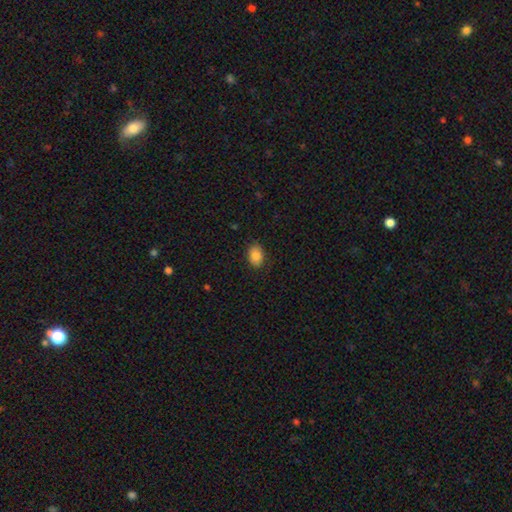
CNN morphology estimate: smooth_or_featured: smooth (p=0.85) [alt: star or artifact p=0.08]
how_rounded: in between (p=0.76) [alt: round p=0.23]
merging: none (p=0.85) [alt: minor disturbance p=0.12]